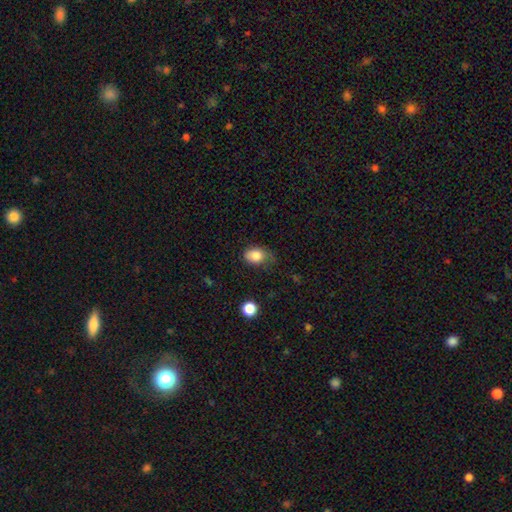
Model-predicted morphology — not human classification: Smooth or featured: smooth — 82% (featured or disk — 9%)
How rounded: in between — 72% (round — 27%)
Merging: none — 50% (minor disturbance — 36%)